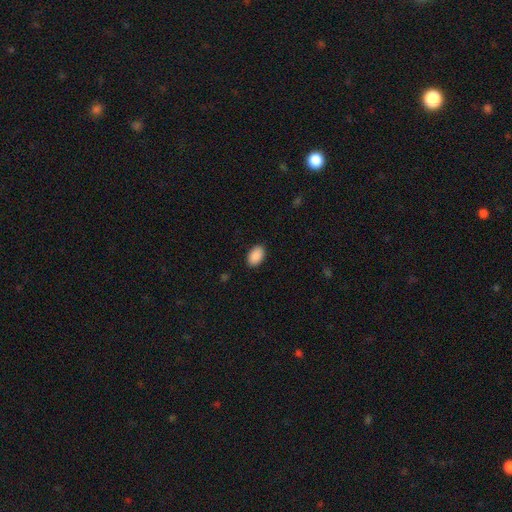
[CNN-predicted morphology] Smooth or featured? Predicted: smooth (p=0.91). How rounded? Predicted: in between (p=0.91). Merging? Predicted: none (p=0.89).